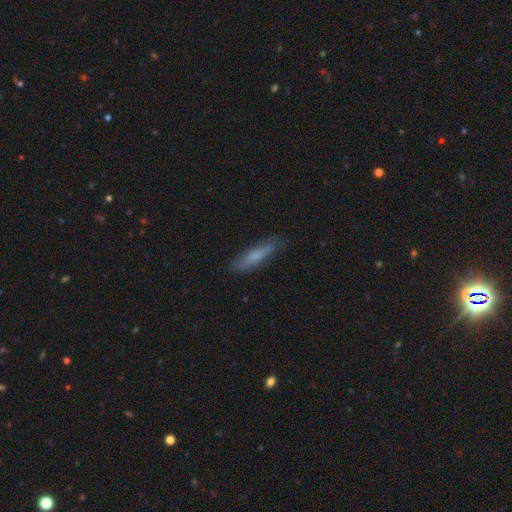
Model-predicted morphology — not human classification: Smooth or featured?
  - smooth: 67% *
  - featured or disk: 26%
  - star or artifact: 7%
How rounded?
  - cigar-shaped: 82% *
  - in between: 16%
  - round: 2%
Merging?
  - none: 82% *
  - minor disturbance: 14%
  - major disturbance: 3%
  - merger: 1%